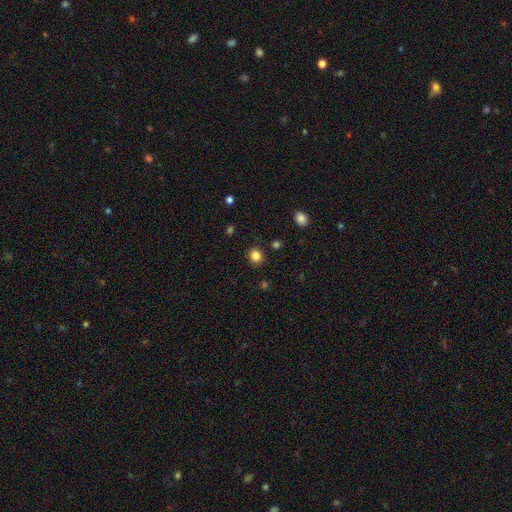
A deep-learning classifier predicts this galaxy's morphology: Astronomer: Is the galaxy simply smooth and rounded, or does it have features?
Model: smooth — 85%.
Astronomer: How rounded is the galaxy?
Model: round — 77%.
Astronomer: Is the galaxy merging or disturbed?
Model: none — 89%.